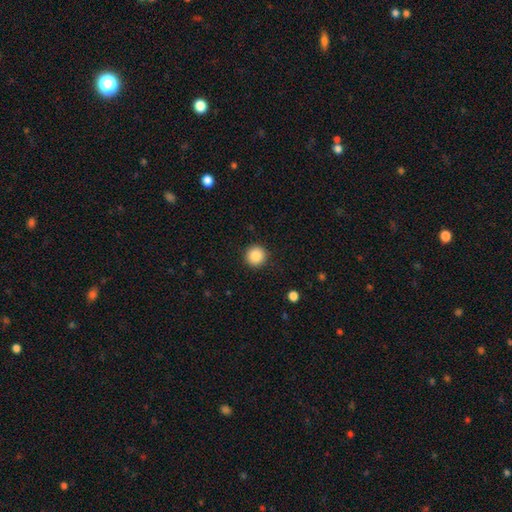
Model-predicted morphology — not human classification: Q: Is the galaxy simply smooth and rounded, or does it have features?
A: smooth — 88%.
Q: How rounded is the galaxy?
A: round — 95%.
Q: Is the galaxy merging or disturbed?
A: none — 92%.